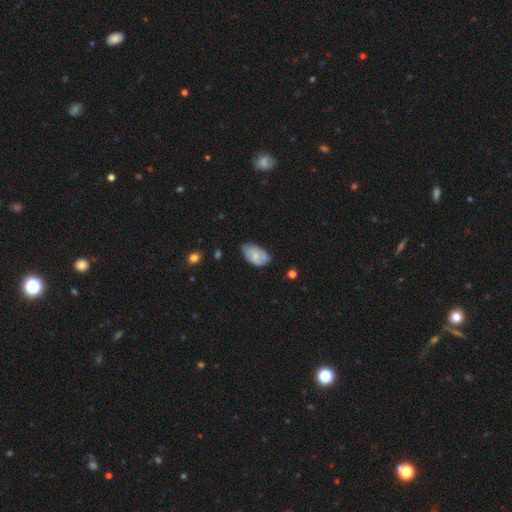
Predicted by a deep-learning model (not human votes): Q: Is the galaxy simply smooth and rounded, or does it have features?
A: smooth — 63%.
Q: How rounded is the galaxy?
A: in between — 93%.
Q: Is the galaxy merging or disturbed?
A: none — 55%.